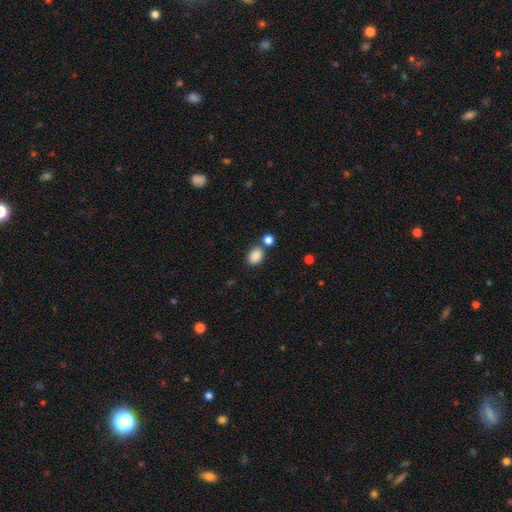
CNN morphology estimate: Smooth or featured? Predicted: smooth (p=0.87). How rounded? Predicted: in between (p=0.68). Merging? Predicted: none (p=0.67).